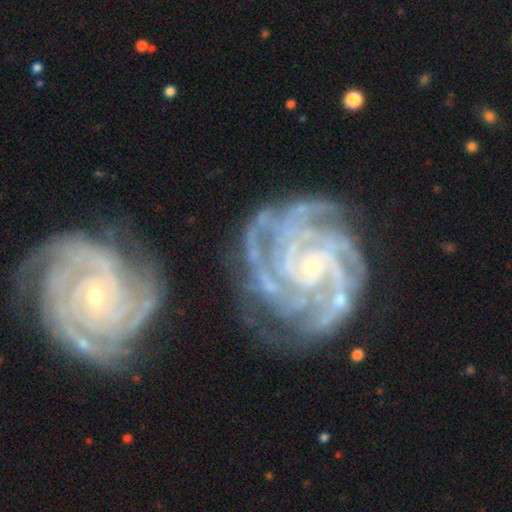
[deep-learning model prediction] Overall: featured or disk (91%). Edge-on disk: no (98%). Bar: no (59%; weak 27%). Spiral arms: yes (98%). Spiral arm count: 4 (36%; 3 19%). Spiral winding: tight (74%). Bulge size: small (81%). Merging: none (51%; merger 24%).